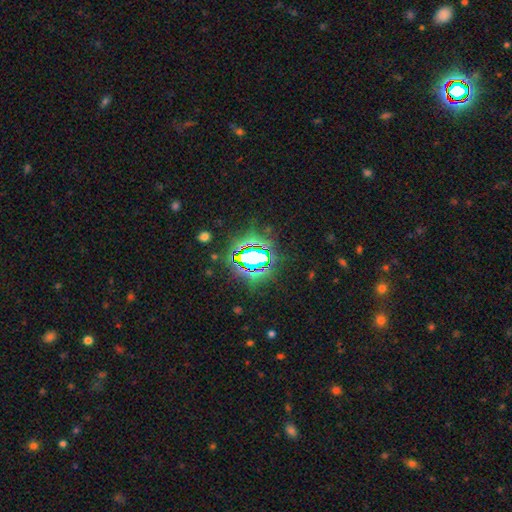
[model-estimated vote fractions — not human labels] Smooth or featured? star or artifact (77%)